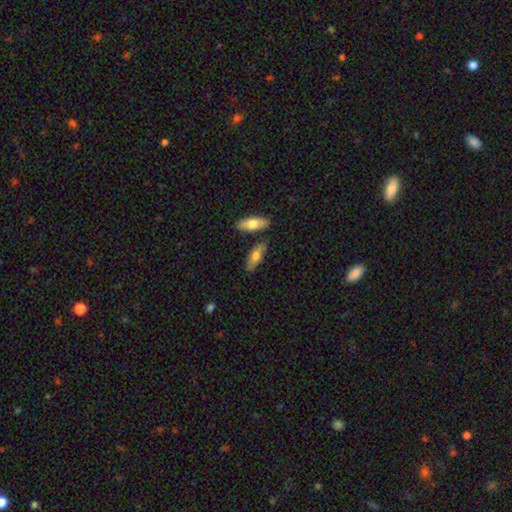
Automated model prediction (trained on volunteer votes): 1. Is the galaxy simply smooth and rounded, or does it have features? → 68% smooth, 27% featured or disk, 6% star or artifact.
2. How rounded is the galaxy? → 65% in between, 32% cigar-shaped, 3% round.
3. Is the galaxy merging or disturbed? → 73% none, 13% minor disturbance, 11% merger, 3% major disturbance.